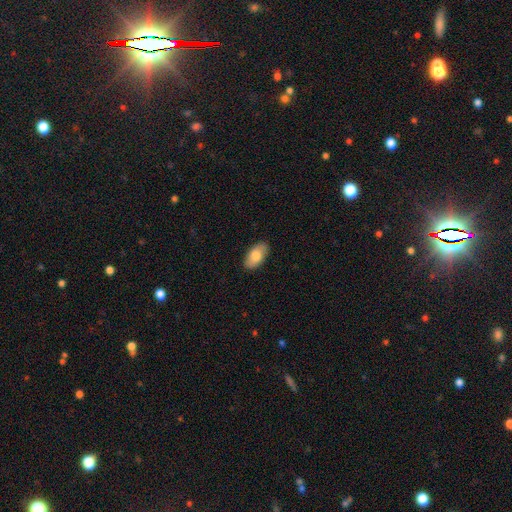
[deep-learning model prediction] smooth_or_featured: smooth (p=0.80) [alt: featured or disk p=0.14]
how_rounded: in between (p=0.94) [alt: cigar-shaped p=0.03]
merging: none (p=0.87) [alt: minor disturbance p=0.10]